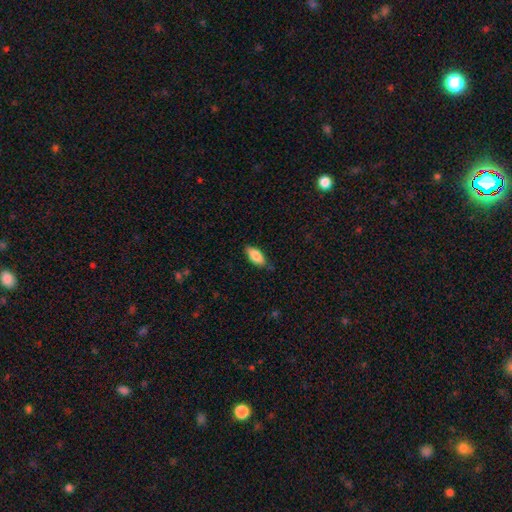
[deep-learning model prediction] Smooth or featured: smooth — 83% (featured or disk — 11%)
How rounded: in between — 84% (cigar-shaped — 14%)
Merging: none — 80% (minor disturbance — 16%)